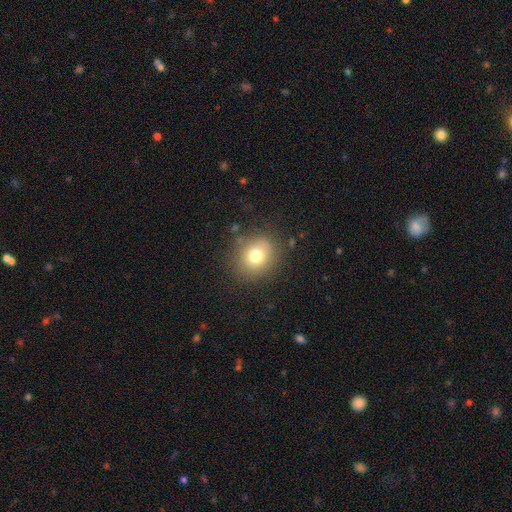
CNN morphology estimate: Smooth or featured? Predicted: smooth (p=0.76). How rounded? Predicted: round (p=0.78). Merging? Predicted: none (p=0.82).